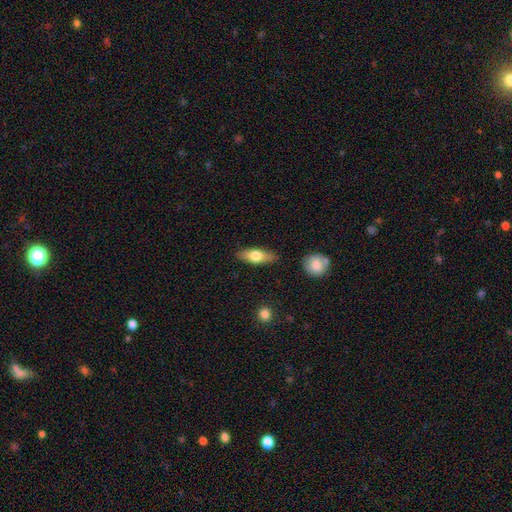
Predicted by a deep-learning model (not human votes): The model was most divided on "smooth or featured": smooth: 62%, featured or disk: 32%, star or artifact: 6%. More confident: merging — none (85%); how rounded — in between (65%).